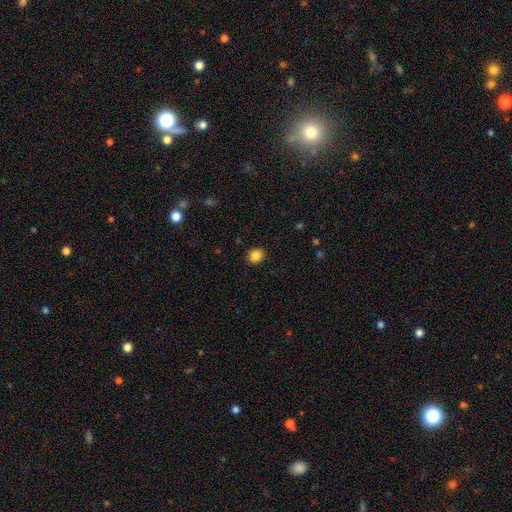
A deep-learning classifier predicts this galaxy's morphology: A smooth galaxy with no disk features (86%) that is round (73%).

Vote fractions:
- Smooth or featured? smooth: 86% / star or artifact: 10% / featured or disk: 4%
- How rounded? round: 73% / in between: 26% / cigar-shaped: 1%
- Merging? none: 91% / minor disturbance: 7% / major disturbance: 2% / merger: 1%